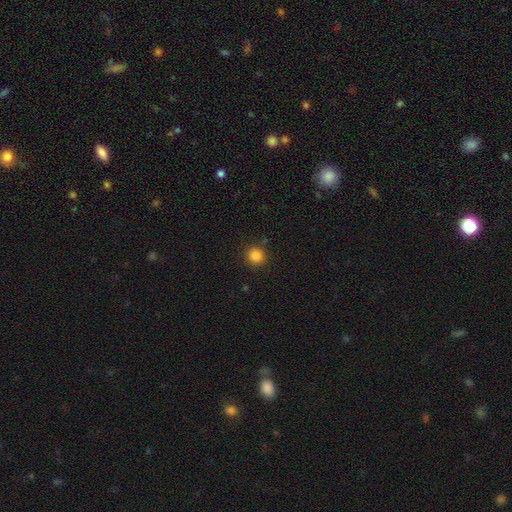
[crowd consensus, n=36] smooth 86%, featured or disk 11%, star or artifact 3%. Down the decision tree: how rounded — round (94%); merging — none (89%).